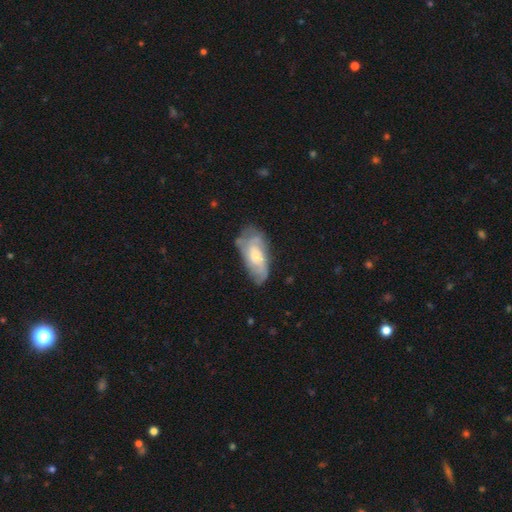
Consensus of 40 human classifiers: A featured or disk galaxy (70%) with no bar (60%), 4 (32%) tight (50%) spiral arms (88%) and a moderate central bulge (56%). Merging: none (46%).